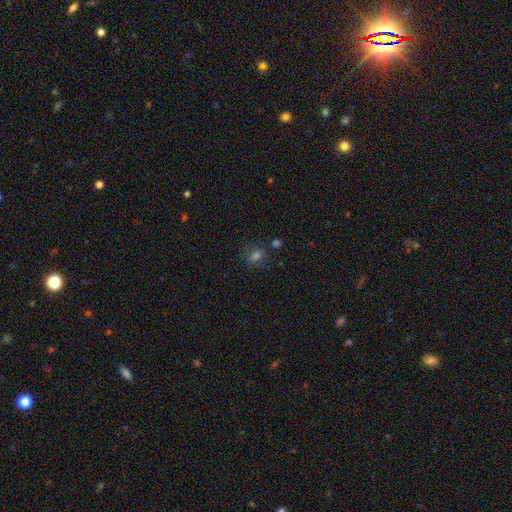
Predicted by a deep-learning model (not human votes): This appears to be a smooth galaxy with no disk features (61%) that is in between round and cigar-shaped (60%). Merging: none (75%).